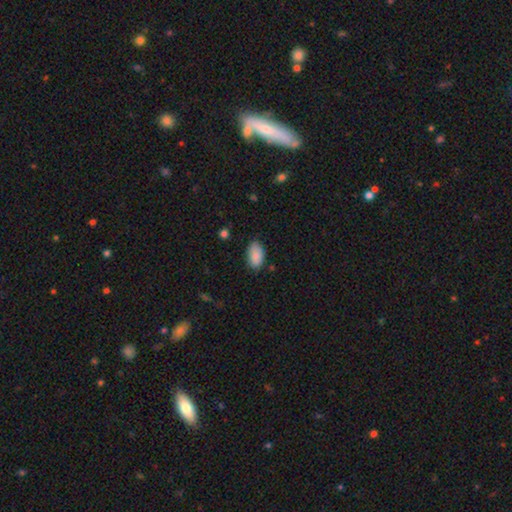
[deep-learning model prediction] A smooth galaxy with no disk features (87%) that is in between round and cigar-shaped (94%).

Vote fractions:
- Smooth or featured? smooth: 87% / star or artifact: 7% / featured or disk: 6%
- How rounded? in between: 94% / round: 4% / cigar-shaped: 2%
- Merging? none: 76% / minor disturbance: 19% / major disturbance: 3% / merger: 1%